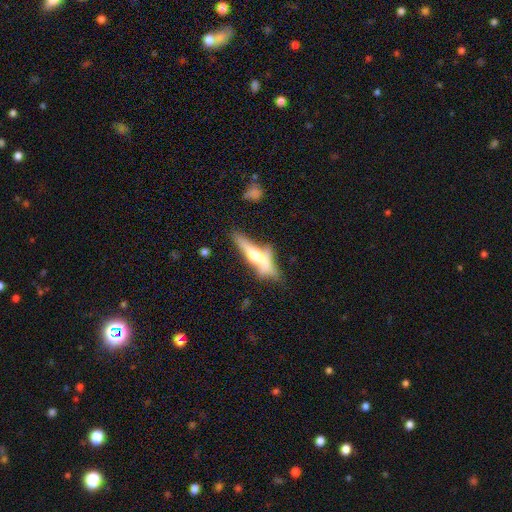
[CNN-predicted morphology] Smooth or featured: featured or disk — 54% (smooth — 38%)
Edge-on disk: yes — 86% (no — 14%)
Merging: none — 42% (merger — 23%)